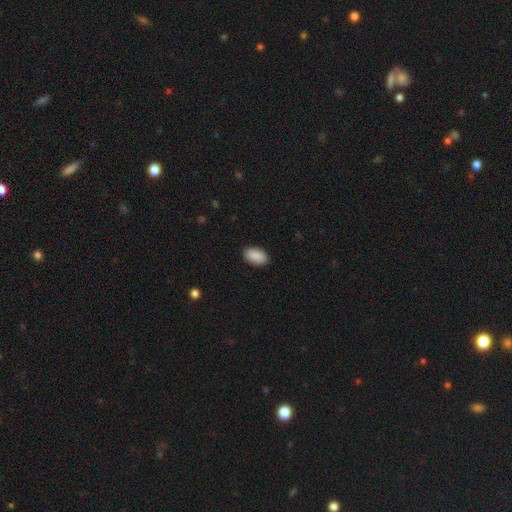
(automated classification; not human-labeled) This appears to be a smooth galaxy with no disk features (90%) that is in between round and cigar-shaped (94%). Merging: none (89%).